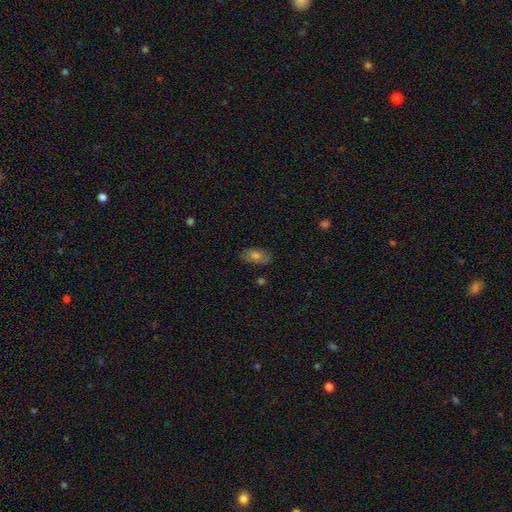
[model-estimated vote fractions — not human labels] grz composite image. It shows a smooth galaxy with no disk features (67%) that is in between round and cigar-shaped (89%). Merging: none (82%).